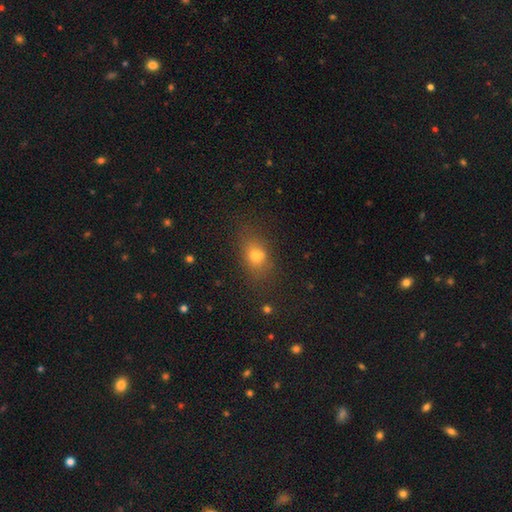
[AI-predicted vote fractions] smooth_or_featured: smooth (p=0.69) [alt: star or artifact p=0.18]
how_rounded: in between (p=0.63) [alt: round p=0.34]
merging: none (p=0.67) [alt: minor disturbance p=0.16]